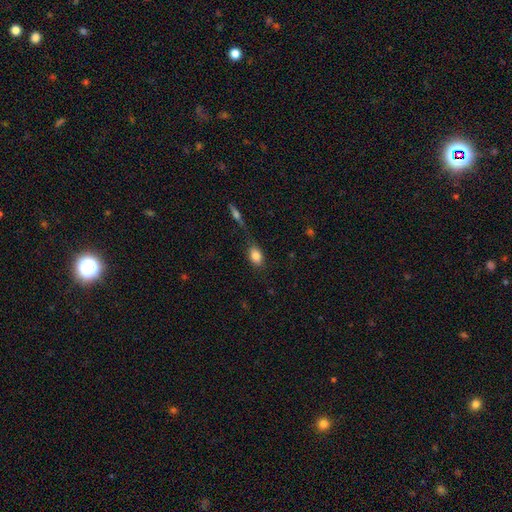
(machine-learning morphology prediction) smooth 83%, star or artifact 8%, featured or disk 8%. Down the decision tree: how rounded — in between (82%); merging — none (63%).